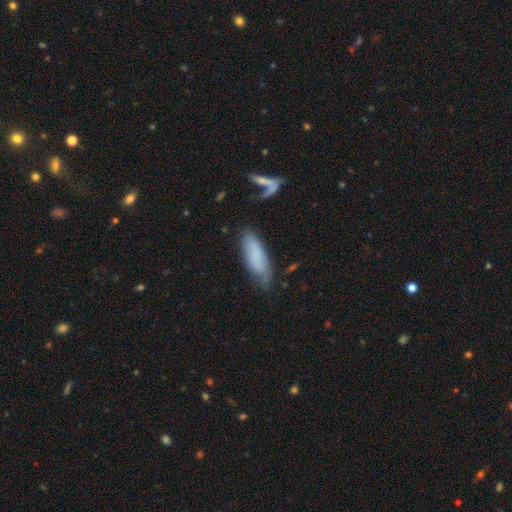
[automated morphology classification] type=smooth (74%); roundness=in between (59%); merging=none (57%).